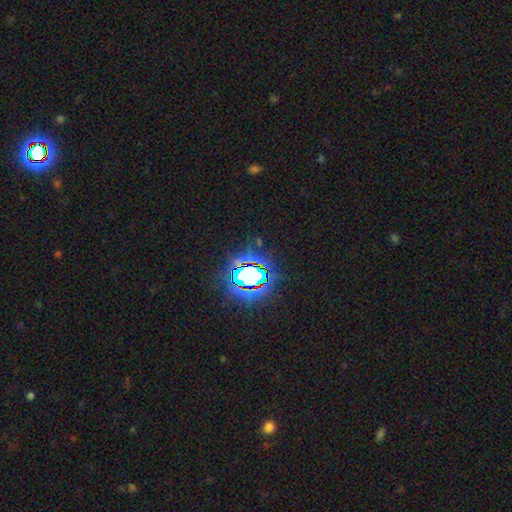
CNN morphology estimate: smooth_or_featured: star or artifact (p=0.82) [alt: smooth p=0.11]